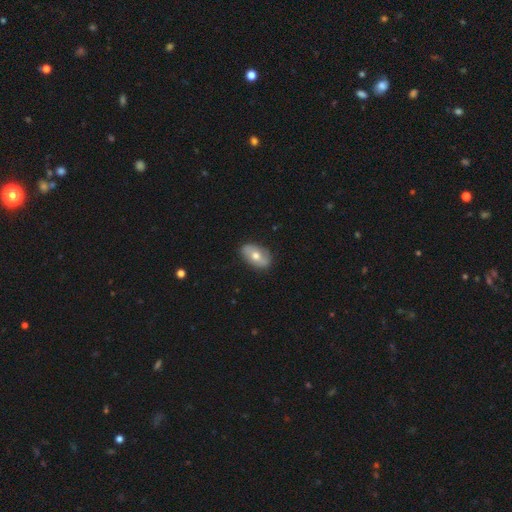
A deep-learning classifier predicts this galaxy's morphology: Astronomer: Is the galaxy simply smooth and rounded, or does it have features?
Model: smooth — 56% (runner-up: featured or disk, 38%).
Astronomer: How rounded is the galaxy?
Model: in between — 90%.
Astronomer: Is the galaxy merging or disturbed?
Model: none — 84%.